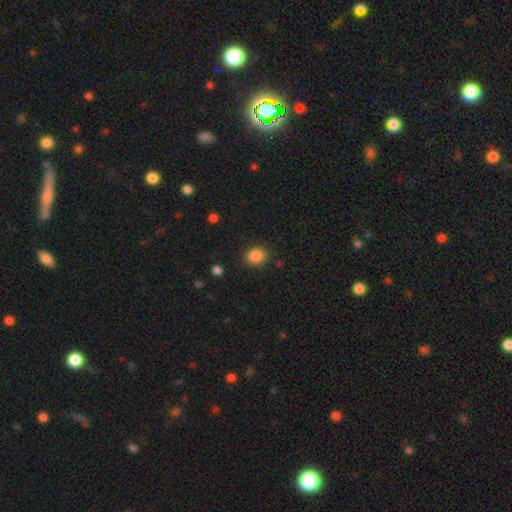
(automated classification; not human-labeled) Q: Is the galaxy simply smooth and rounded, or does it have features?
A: smooth — 87%.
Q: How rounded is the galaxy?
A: round — 68%.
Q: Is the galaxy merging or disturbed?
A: none — 86%.